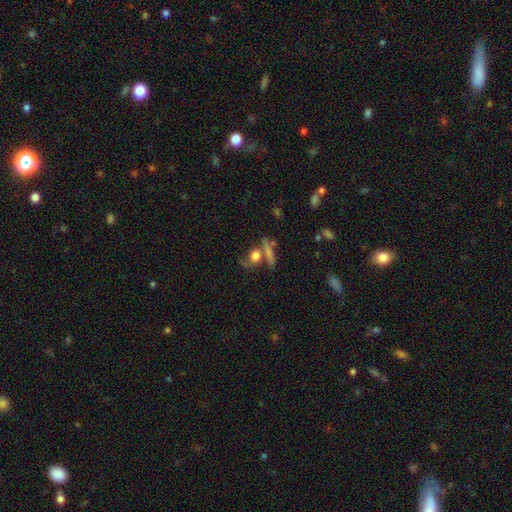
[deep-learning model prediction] Smooth or featured: smooth — 54% (featured or disk — 33%)
How rounded: round — 52% (in between — 34%)
Merging: none — 44% (merger — 28%)